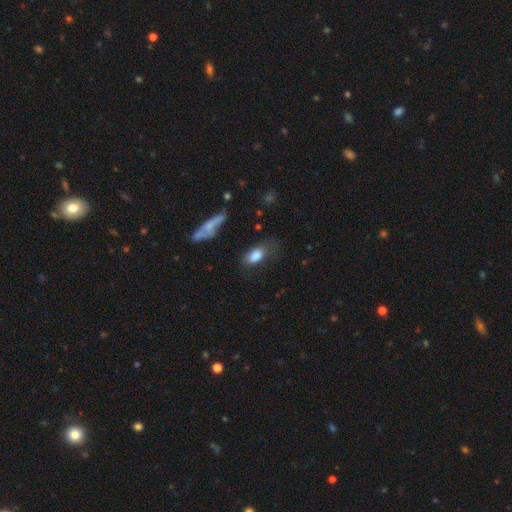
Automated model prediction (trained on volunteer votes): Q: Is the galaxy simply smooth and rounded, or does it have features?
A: smooth — 83%.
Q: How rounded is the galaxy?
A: in between — 88%.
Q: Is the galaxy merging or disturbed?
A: none — 57%.